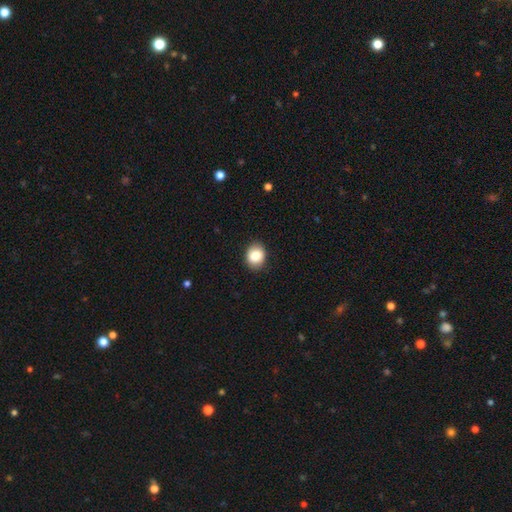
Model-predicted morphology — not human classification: Overall: smooth (84%). How rounded: round (54%; in between 45%). Merging: none (87%).